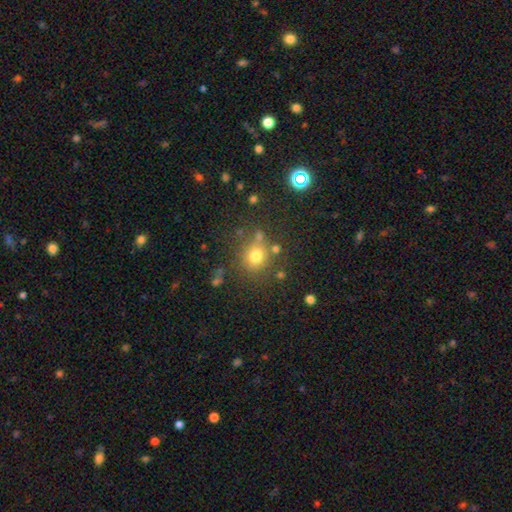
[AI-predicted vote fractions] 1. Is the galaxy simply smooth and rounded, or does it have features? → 72% smooth, 19% star or artifact, 9% featured or disk.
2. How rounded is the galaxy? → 87% round, 12% in between, 1% cigar-shaped.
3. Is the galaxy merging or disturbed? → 75% none, 11% minor disturbance, 9% merger, 5% major disturbance.